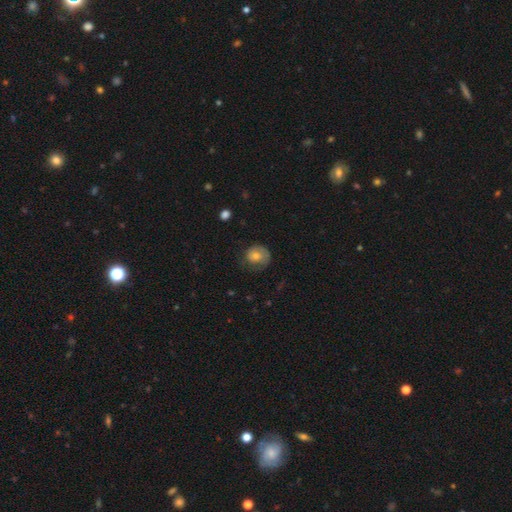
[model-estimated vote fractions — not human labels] smooth 60%, featured or disk 31%, star or artifact 9%. Down the decision tree: how rounded — round (75%); merging — none (55%).